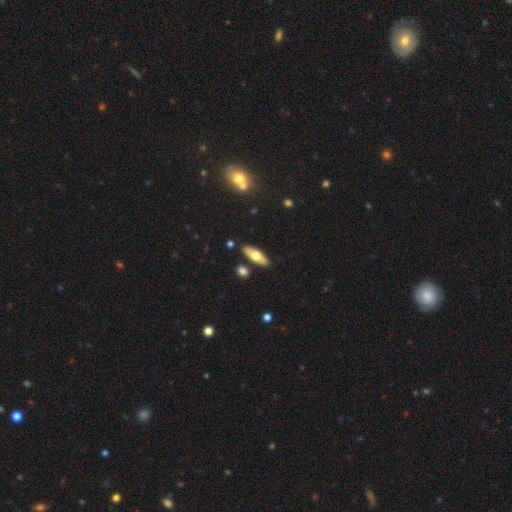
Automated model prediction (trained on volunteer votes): A smooth galaxy with no disk features (62%) that is in between round and cigar-shaped (67%).

Vote fractions:
- Smooth or featured? smooth: 62% / featured or disk: 32% / star or artifact: 6%
- How rounded? in between: 67% / cigar-shaped: 31% / round: 3%
- Merging? none: 85% / minor disturbance: 8% / merger: 5% / major disturbance: 2%